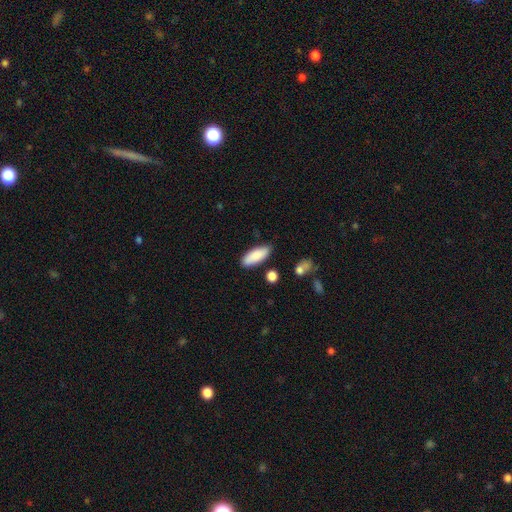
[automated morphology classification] Overall: smooth (85%). How rounded: in between (71%). Merging: none (83%).